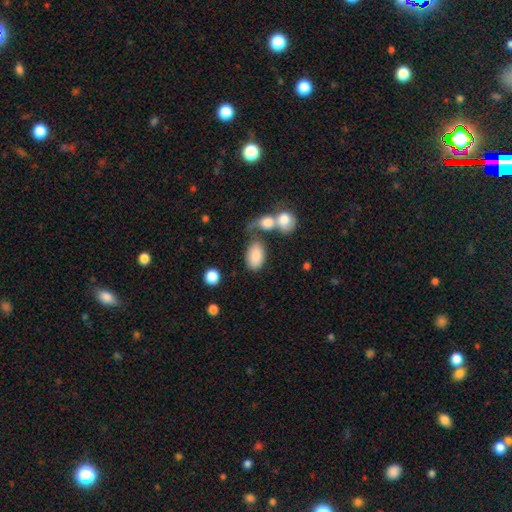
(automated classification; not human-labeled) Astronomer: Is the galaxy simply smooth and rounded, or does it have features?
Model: smooth — 83%.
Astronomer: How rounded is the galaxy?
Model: in between — 91%.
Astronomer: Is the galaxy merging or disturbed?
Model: none — 49% (runner-up: merger, 27%).